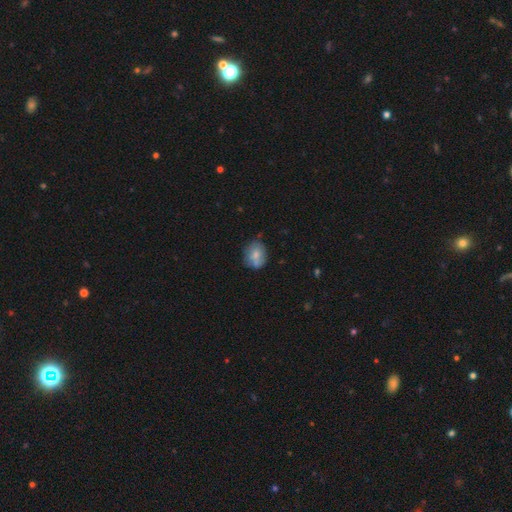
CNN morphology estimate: smooth_or_featured: smooth (p=0.69) [alt: featured or disk p=0.22]
how_rounded: round (p=0.54) [alt: in between p=0.45]
merging: none (p=0.60) [alt: minor disturbance p=0.25]